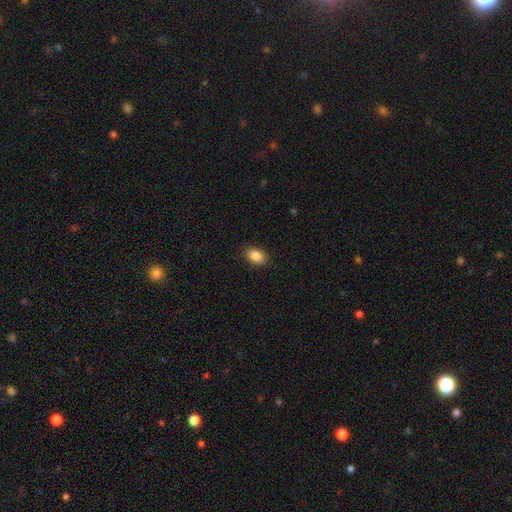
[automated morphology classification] Smooth or featured? Predicted: smooth (p=0.88). How rounded? Predicted: in between (p=0.85). Merging? Predicted: none (p=0.89).